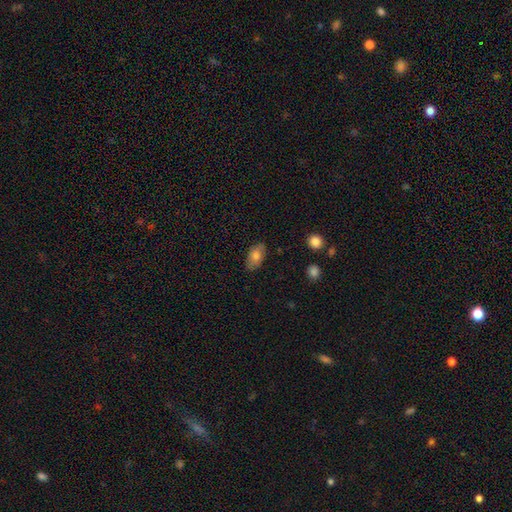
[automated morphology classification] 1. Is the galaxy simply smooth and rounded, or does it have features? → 77% smooth, 16% featured or disk, 7% star or artifact.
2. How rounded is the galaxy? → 93% in between, 5% round, 3% cigar-shaped.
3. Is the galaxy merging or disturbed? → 82% none, 14% minor disturbance, 2% major disturbance, 1% merger.